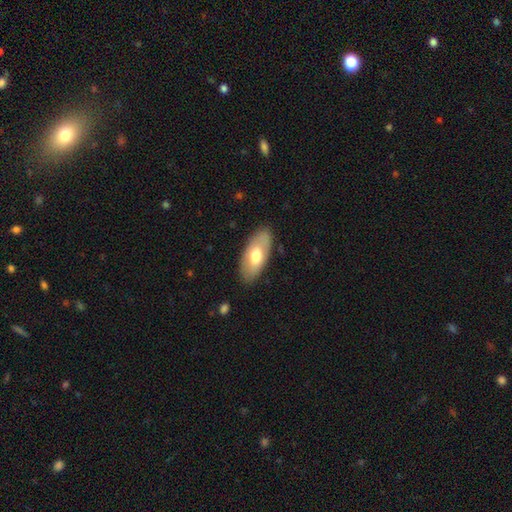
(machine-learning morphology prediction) A smooth galaxy with no disk features (64%) that is in between round and cigar-shaped (90%). Merging: none (84%).